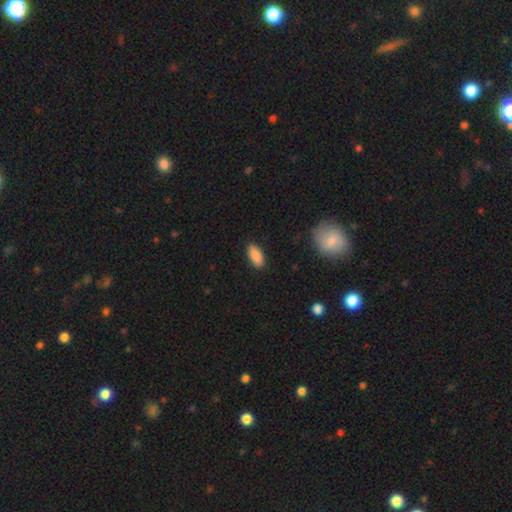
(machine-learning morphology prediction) Q: Smooth or featured?
A: smooth (88%); runner-up: star or artifact (7%)
Q: How rounded?
A: in between (89%); runner-up: cigar-shaped (9%)
Q: Merging?
A: none (88%); runner-up: minor disturbance (9%)